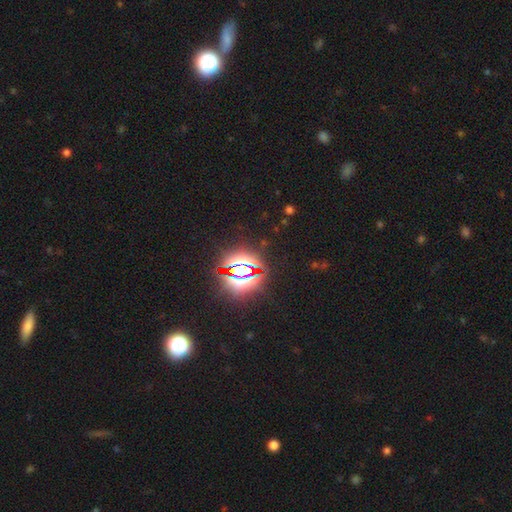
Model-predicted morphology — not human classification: smooth_or_featured: star or artifact (p=0.84) [alt: smooth p=0.11]